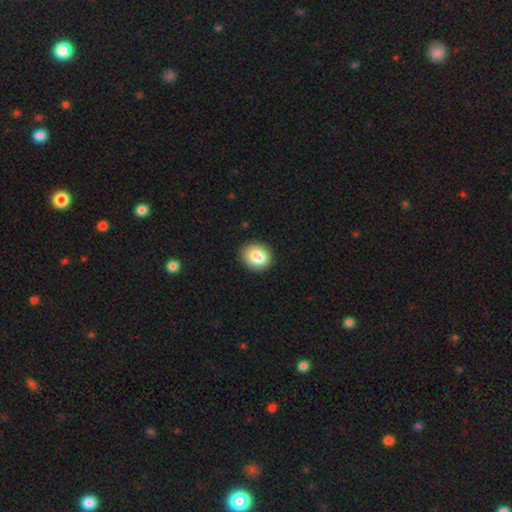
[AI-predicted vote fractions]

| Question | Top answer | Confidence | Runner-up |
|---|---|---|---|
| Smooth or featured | smooth | 83% | star or artifact (9%) |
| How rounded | round | 65% | in between (34%) |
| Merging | none | 80% | minor disturbance (13%) |